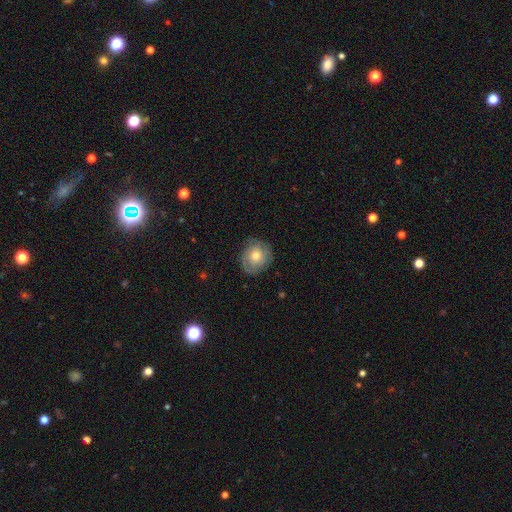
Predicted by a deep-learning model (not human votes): This is possibly a featured or disk galaxy (53%). It is clearly not viewed edge-on (96%). Bar: clearly no (81%). Spiral arm pattern: likely yes (78%). Central bulge: likely moderate (69%). Merging: likely none (76%).